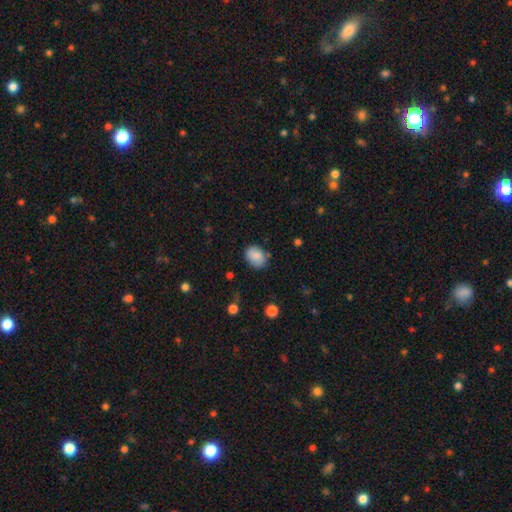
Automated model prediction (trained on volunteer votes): Smooth or featured? Predicted: smooth (p=0.85). How rounded? Predicted: in between (p=0.66). Merging? Predicted: none (p=0.76).